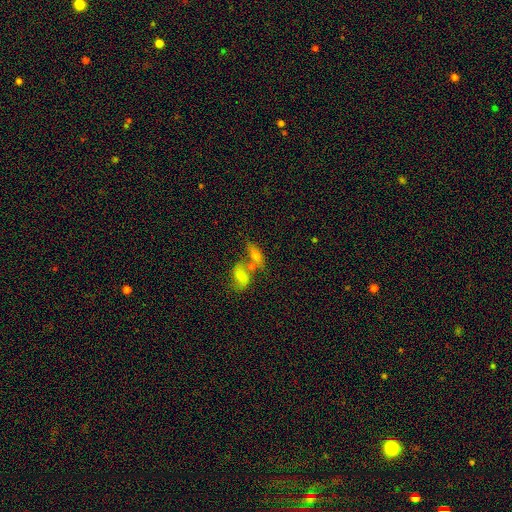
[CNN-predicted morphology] Smooth or featured? Predicted: smooth (p=0.61). How rounded? Predicted: in between (p=0.68). Merging? Predicted: merger (p=0.46).